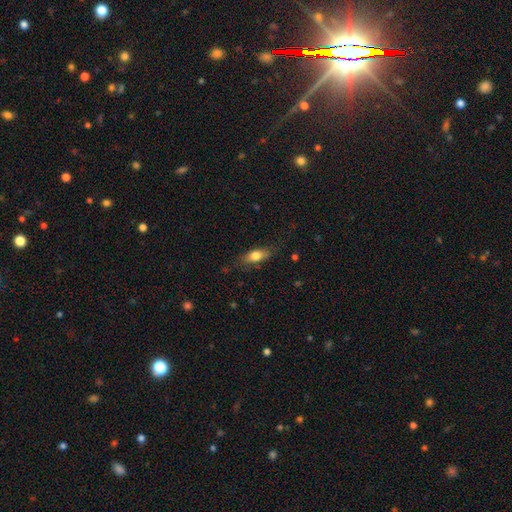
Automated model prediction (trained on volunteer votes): A smooth galaxy with no disk features (72%) that is in between round and cigar-shaped (68%).

Vote fractions:
- Smooth or featured? smooth: 72% / featured or disk: 21% / star or artifact: 7%
- How rounded? in between: 68% / cigar-shaped: 27% / round: 5%
- Merging? none: 74% / minor disturbance: 19% / major disturbance: 6% / merger: 1%